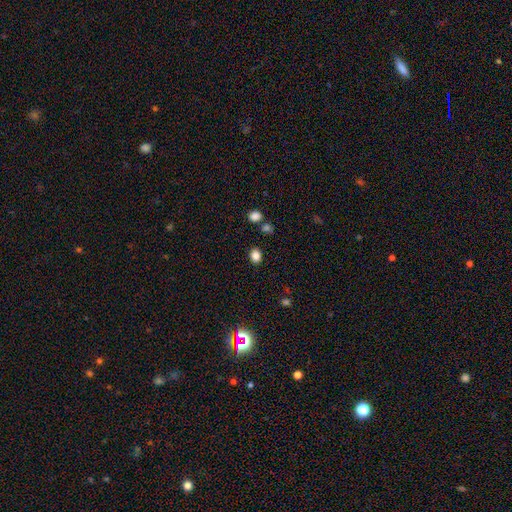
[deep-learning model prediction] Smooth or featured?
  - smooth: 84% *
  - star or artifact: 12%
  - featured or disk: 4%
How rounded?
  - round: 50% *
  - in between: 49%
  - cigar-shaped: 1%
Merging?
  - none: 87% *
  - minor disturbance: 8%
  - merger: 3%
  - major disturbance: 2%